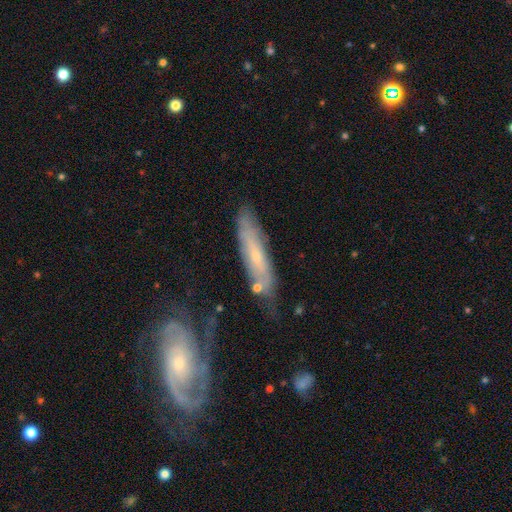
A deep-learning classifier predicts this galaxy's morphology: Overall: featured or disk (50%; smooth 43%). Edge-on disk: no (52%; yes 48%). Merging: none (65%).